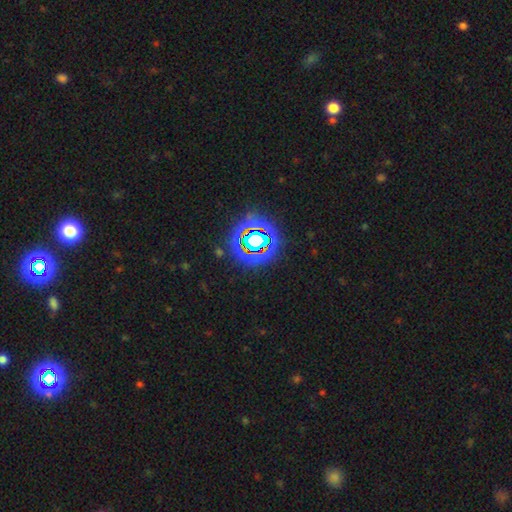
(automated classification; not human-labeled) The model was most divided on "smooth or featured": star or artifact: 78%, smooth: 12%, featured or disk: 10%.